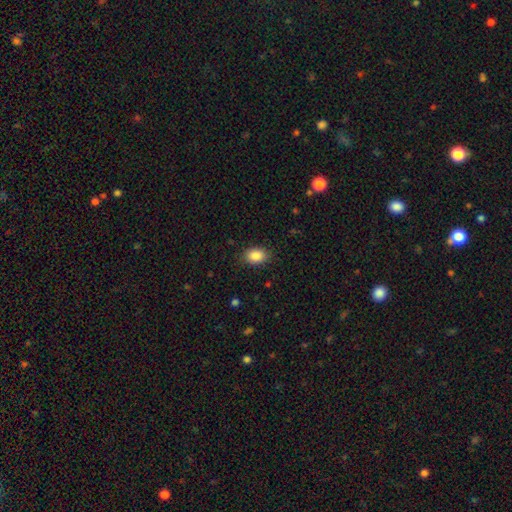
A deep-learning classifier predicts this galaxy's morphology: Overall: smooth (88%). How rounded: in between (78%). Merging: none (85%).